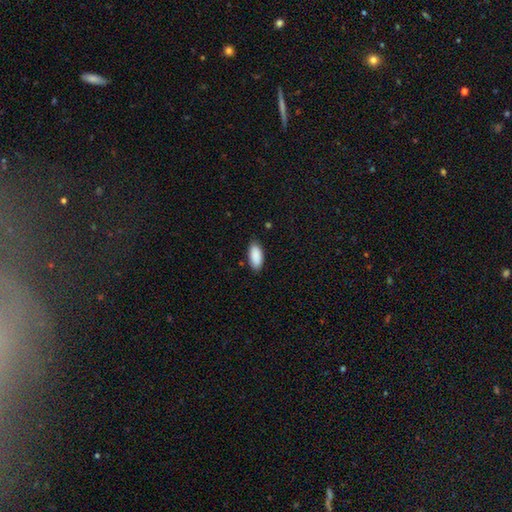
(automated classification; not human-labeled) The model was most divided on "merging": none: 85%, minor disturbance: 11%, major disturbance: 2%, merger: 1%. More confident: smooth or featured — smooth (91%); how rounded — in between (89%).